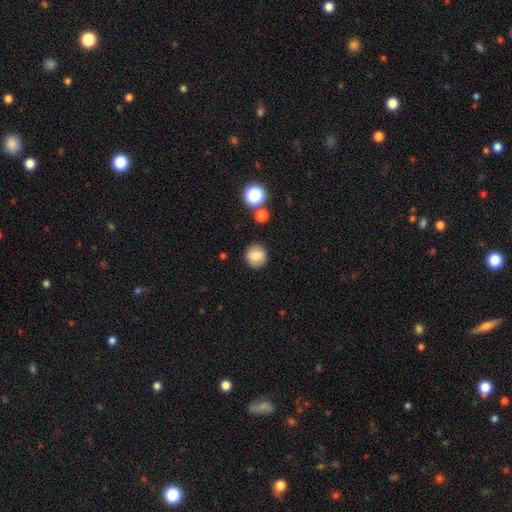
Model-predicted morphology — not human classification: smooth 80%, featured or disk 10%, star or artifact 10%. Down the decision tree: how rounded — round (91%); merging — none (88%).